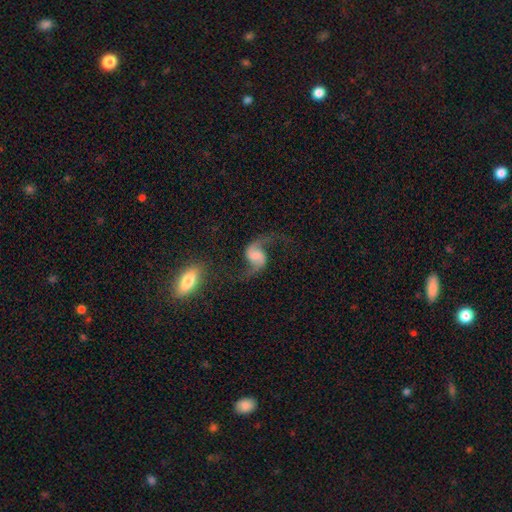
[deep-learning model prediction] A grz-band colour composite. It shows a featured or disk galaxy (86%) with no bar (45%), 2 (94%) loose (83%) spiral arms (97%) and no central bulge (35%). Merging: none (69%).